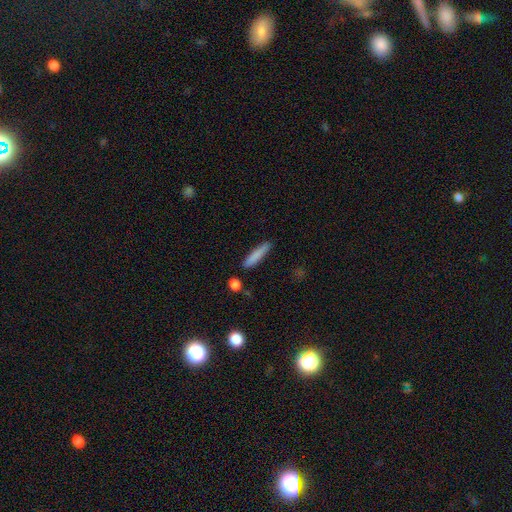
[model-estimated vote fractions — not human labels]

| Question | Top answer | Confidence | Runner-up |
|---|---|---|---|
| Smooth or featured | smooth | 83% | featured or disk (11%) |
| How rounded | cigar-shaped | 88% | in between (10%) |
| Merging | none | 83% | minor disturbance (11%) |